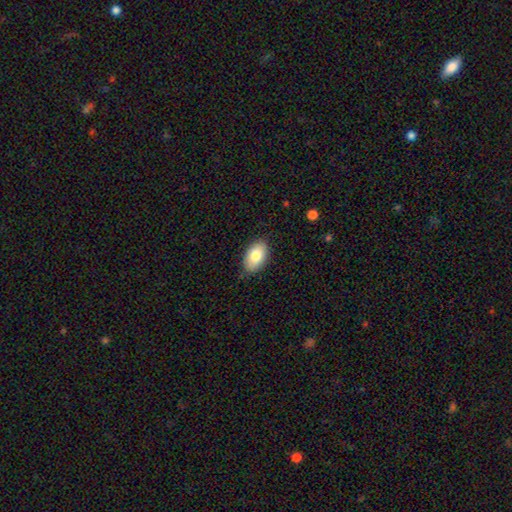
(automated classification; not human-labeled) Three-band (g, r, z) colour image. It shows a smooth galaxy with no disk features (82%) that is in between round and cigar-shaped (93%). Merging: none (83%).